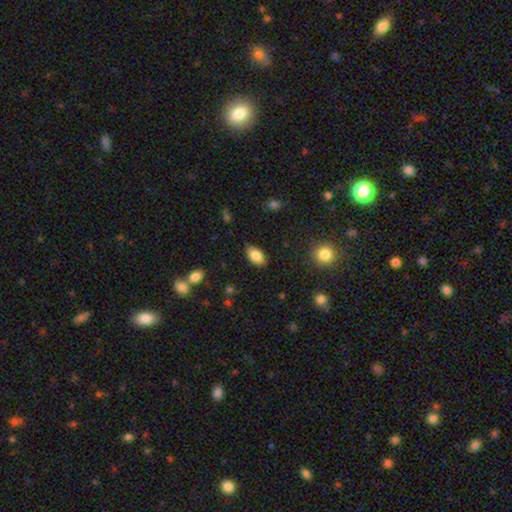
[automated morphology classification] A smooth galaxy with no disk features (84%) that is in between round and cigar-shaped (92%). Merging: none (84%).